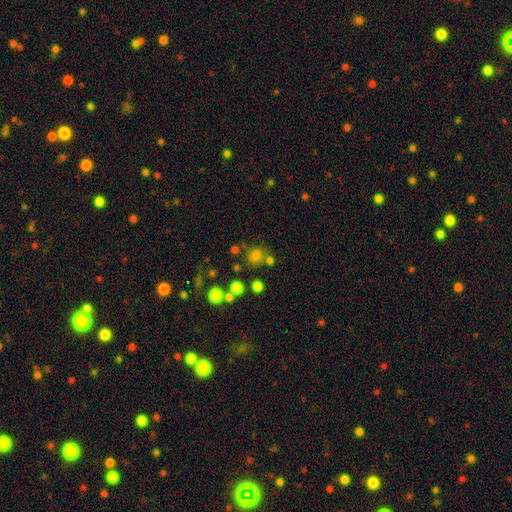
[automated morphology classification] A smooth galaxy with no disk features (74%) that is round (84%). Merging: none (71%).